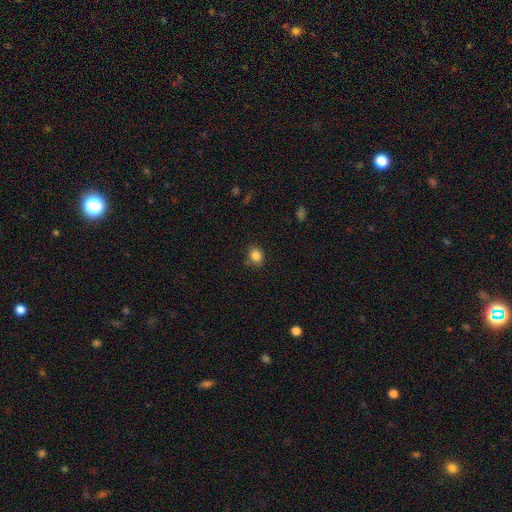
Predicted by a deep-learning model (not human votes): This appears to be a smooth galaxy with no disk features (85%) that is round (64%). Merging: none (82%).